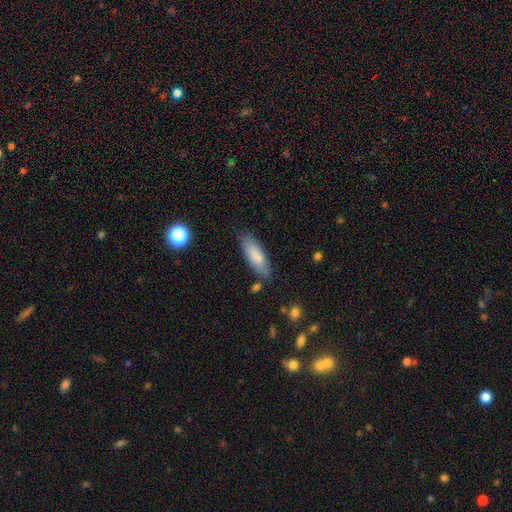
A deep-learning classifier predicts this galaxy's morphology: A smooth galaxy with no disk features (82%) that is in between round and cigar-shaped (54%). Merging: none (81%).